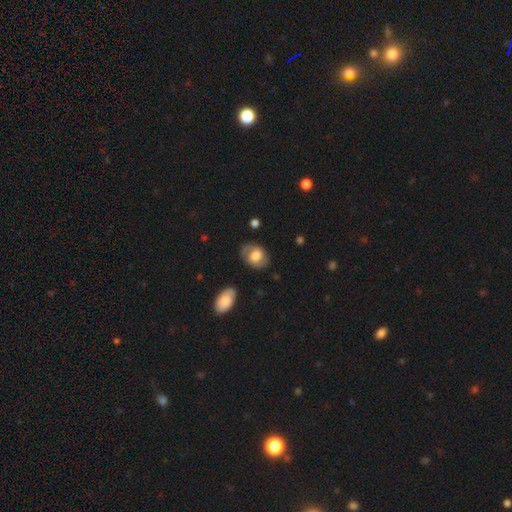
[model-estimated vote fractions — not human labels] Morphology: type=smooth (57%); roundness=in between (64%); merging=none (71%).